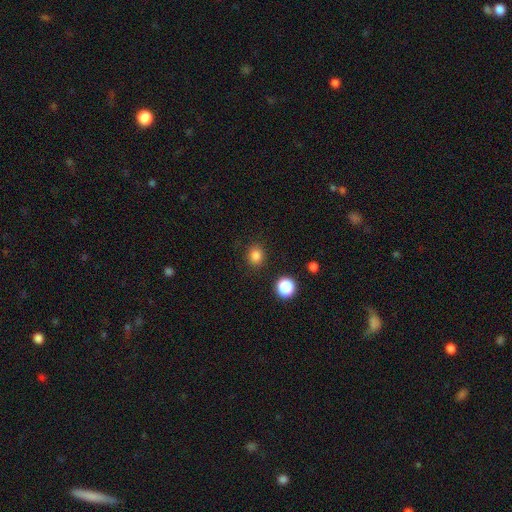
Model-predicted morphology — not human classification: Q: Smooth or featured?
A: smooth (83%); runner-up: star or artifact (13%)
Q: How rounded?
A: round (77%); runner-up: in between (23%)
Q: Merging?
A: none (88%); runner-up: minor disturbance (7%)